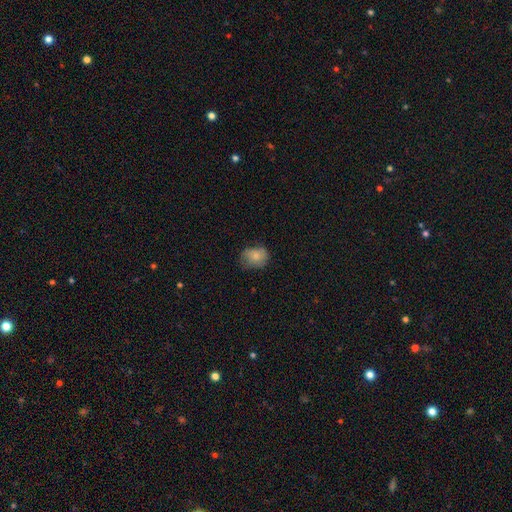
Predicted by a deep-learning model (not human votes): Overall: smooth (78%). How rounded: in between (52%; round 47%). Merging: none (57%; minor disturbance 32%).